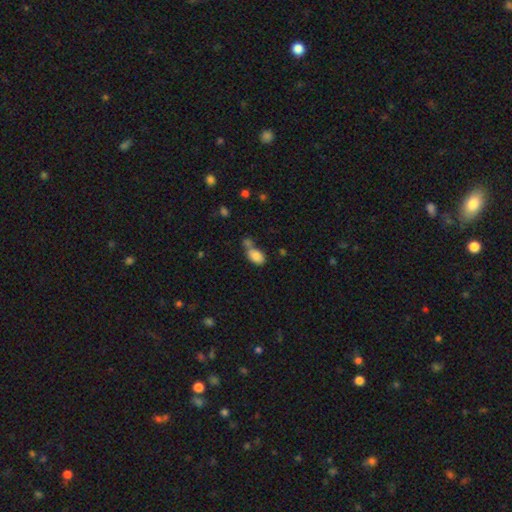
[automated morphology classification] Smooth or featured?
  - smooth: 83% *
  - featured or disk: 9%
  - star or artifact: 9%
How rounded?
  - in between: 88% *
  - round: 10%
  - cigar-shaped: 2%
Merging?
  - merger: 41% *
  - none: 39%
  - minor disturbance: 14%
  - major disturbance: 6%